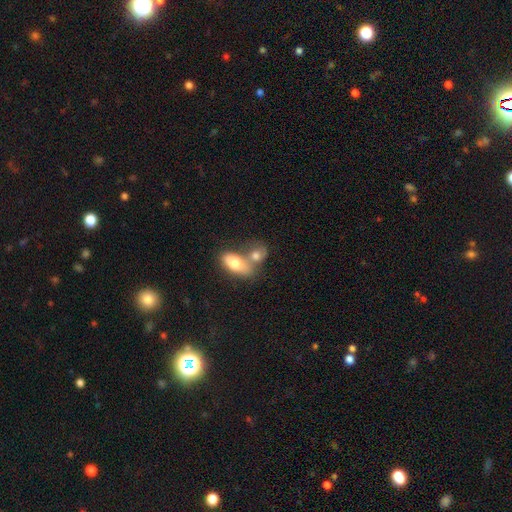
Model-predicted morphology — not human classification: Smooth or featured: smooth — 75% (featured or disk — 17%)
How rounded: in between — 74% (round — 22%)
Merging: merger — 60% (none — 26%)